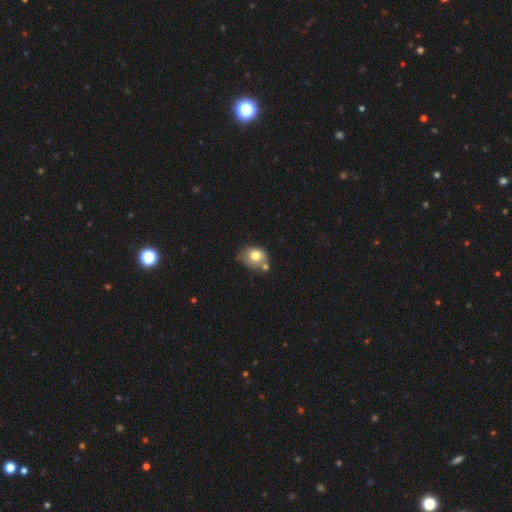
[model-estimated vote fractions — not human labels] Overall: smooth (76%). How rounded: in between (50%; round 49%). Merging: none (44%; merger 26%).